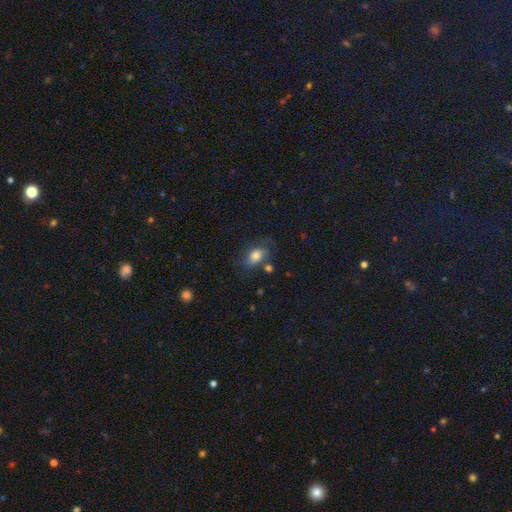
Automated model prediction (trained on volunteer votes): Smooth or featured? Predicted: smooth (p=0.78). How rounded? Predicted: in between (p=0.83). Merging? Predicted: none (p=0.61).